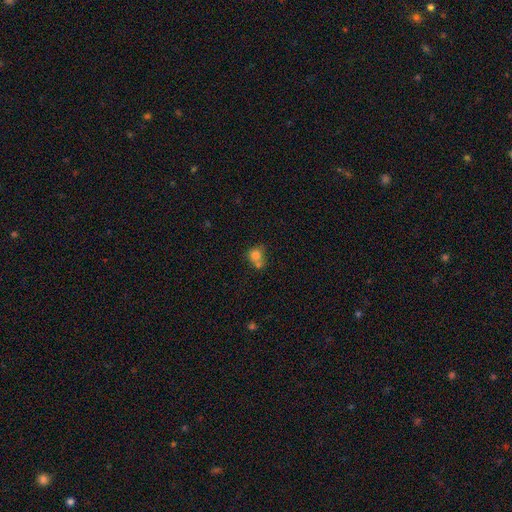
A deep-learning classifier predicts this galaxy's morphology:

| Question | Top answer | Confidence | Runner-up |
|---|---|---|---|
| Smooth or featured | smooth | 78% | star or artifact (11%) |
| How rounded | round | 80% | in between (19%) |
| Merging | merger | 43% | none (41%) |